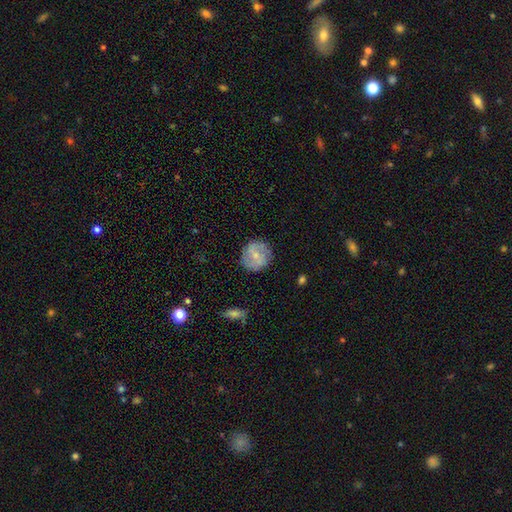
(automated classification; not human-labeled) A smooth galaxy with no disk features (51%) that is round (90%).

Vote fractions:
- Smooth or featured? smooth: 51% / featured or disk: 42% / star or artifact: 7%
- How rounded? round: 90% / in between: 8% / cigar-shaped: 1%
- Merging? none: 81% / minor disturbance: 14% / major disturbance: 4% / merger: 2%